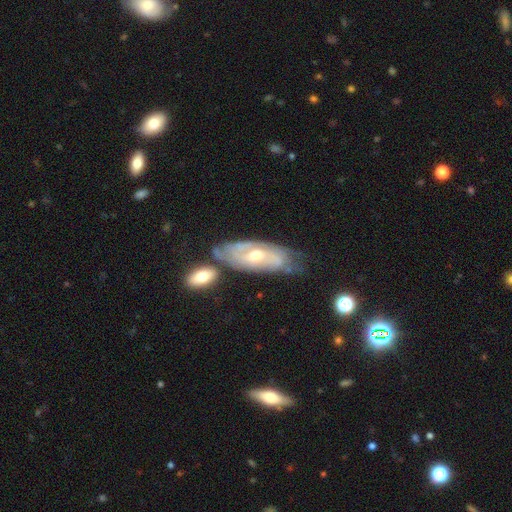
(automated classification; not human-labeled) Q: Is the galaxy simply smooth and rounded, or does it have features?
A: featured or disk — 76%.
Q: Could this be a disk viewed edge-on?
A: no — 88%.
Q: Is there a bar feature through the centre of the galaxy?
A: no — 54%.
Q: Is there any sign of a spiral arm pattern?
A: yes — 82%.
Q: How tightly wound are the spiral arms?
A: tight — 64%.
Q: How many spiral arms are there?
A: can't tell — 51%.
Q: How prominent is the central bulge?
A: moderate — 65%.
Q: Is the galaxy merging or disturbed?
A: none — 60%.